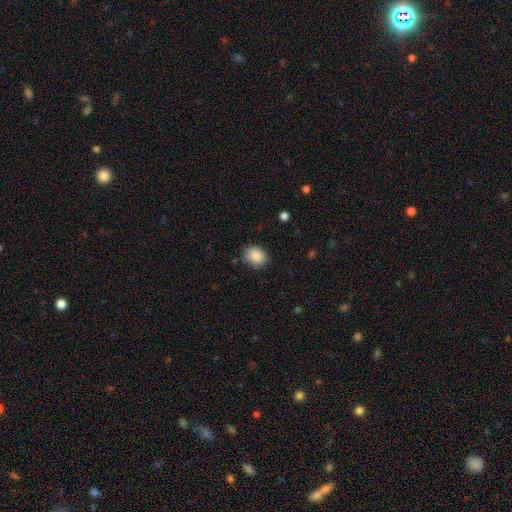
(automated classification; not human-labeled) Smooth or featured?
  - smooth: 88% *
  - star or artifact: 8%
  - featured or disk: 4%
How rounded?
  - in between: 50% *
  - round: 49%
  - cigar-shaped: 1%
Merging?
  - none: 84% *
  - minor disturbance: 12%
  - major disturbance: 3%
  - merger: 1%